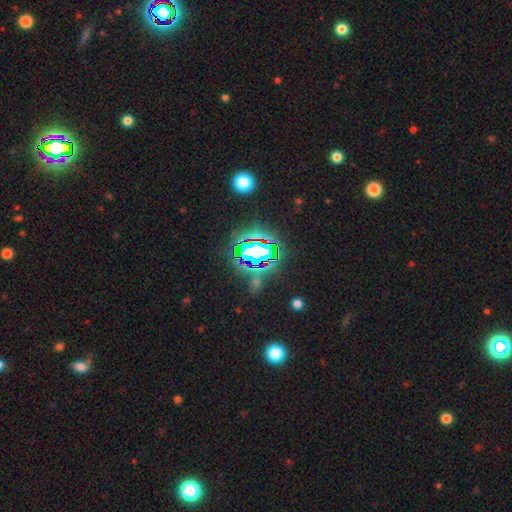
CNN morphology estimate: smooth_or_featured: star or artifact (p=0.73) [alt: smooth p=0.15]